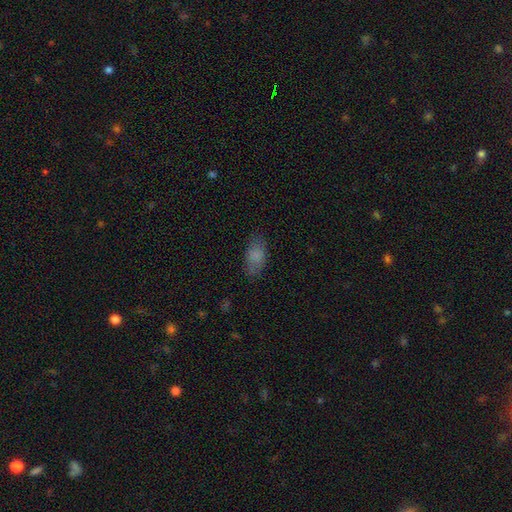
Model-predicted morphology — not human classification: Smooth or featured?
  - smooth: 81% *
  - featured or disk: 10%
  - star or artifact: 9%
How rounded?
  - in between: 91% *
  - cigar-shaped: 5%
  - round: 4%
Merging?
  - none: 75% *
  - minor disturbance: 18%
  - major disturbance: 6%
  - merger: 1%